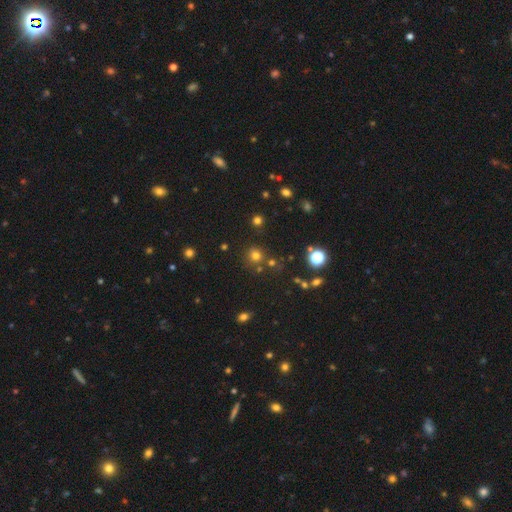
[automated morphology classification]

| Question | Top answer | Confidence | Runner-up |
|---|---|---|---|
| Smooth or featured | smooth | 68% | star or artifact (25%) |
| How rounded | round | 87% | in between (12%) |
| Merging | none | 77% | merger (10%) |